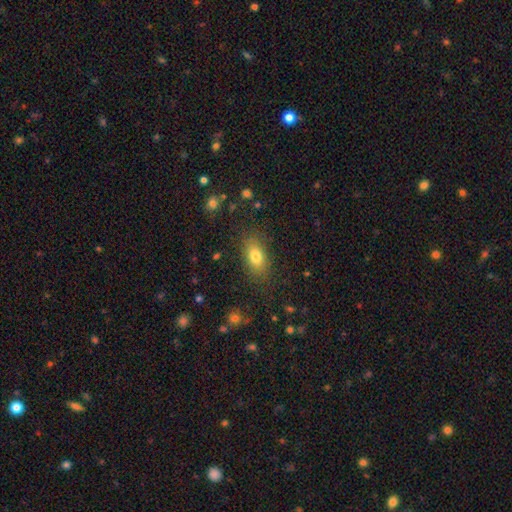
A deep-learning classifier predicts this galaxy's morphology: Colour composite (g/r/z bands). It shows a smooth galaxy with no disk features (77%) that is in between round and cigar-shaped (86%). Merging: none (83%).